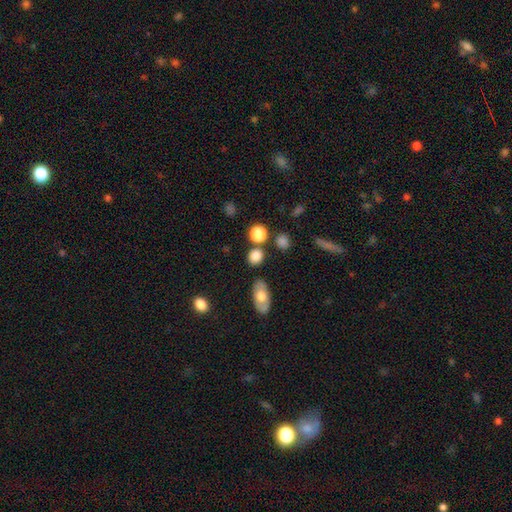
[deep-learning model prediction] The model was most divided on "how rounded": round: 69%, in between: 29%, cigar-shaped: 2%. More confident: smooth or featured — smooth (83%); merging — none (76%).